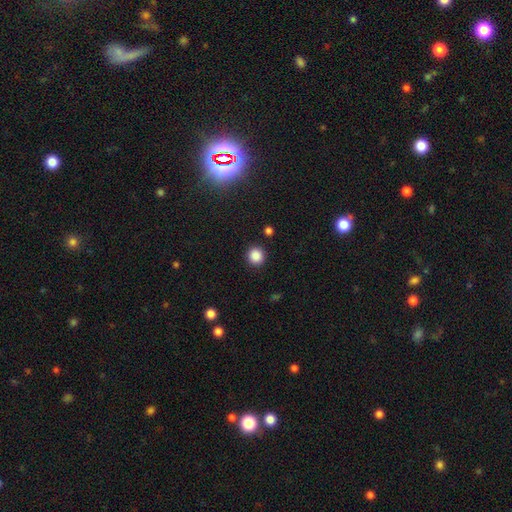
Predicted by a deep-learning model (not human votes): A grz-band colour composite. It shows a smooth galaxy with no disk features (86%) that is round (92%). Merging: none (90%).